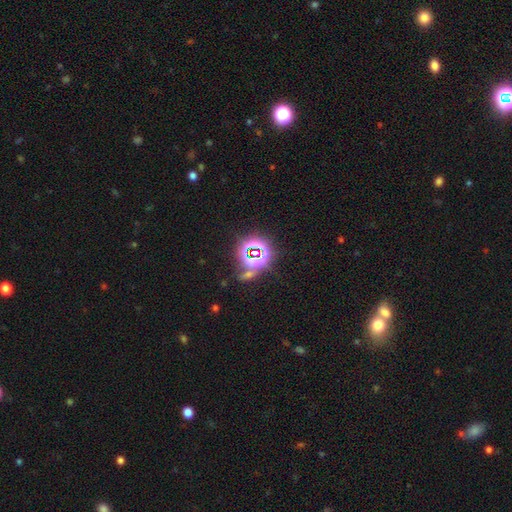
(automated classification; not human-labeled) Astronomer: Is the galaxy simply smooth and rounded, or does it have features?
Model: star or artifact — 80%.